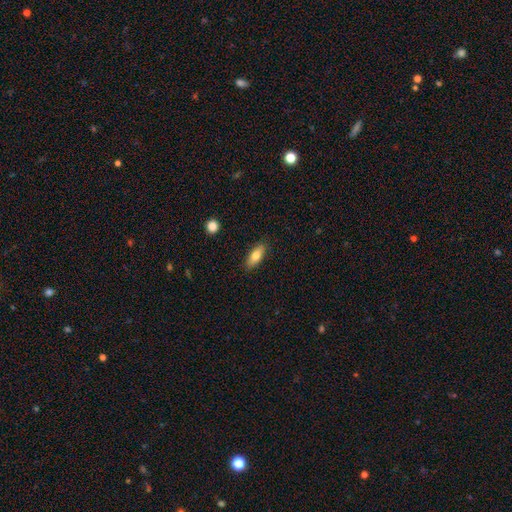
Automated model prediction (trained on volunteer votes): A smooth galaxy with no disk features (74%) that is in between round and cigar-shaped (71%).

Vote fractions:
- Smooth or featured? smooth: 74% / featured or disk: 19% / star or artifact: 7%
- How rounded? in between: 71% / cigar-shaped: 27% / round: 3%
- Merging? none: 88% / minor disturbance: 9% / major disturbance: 2% / merger: 1%